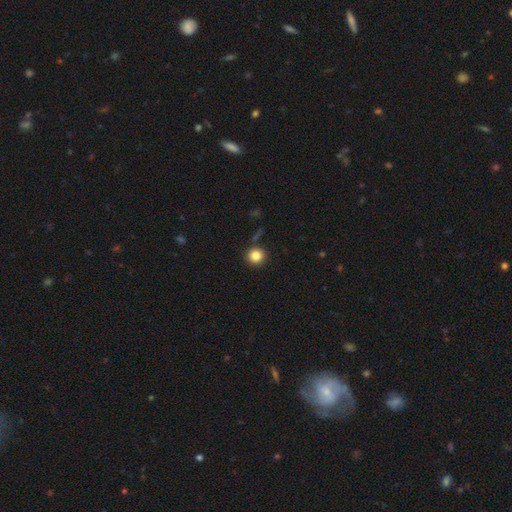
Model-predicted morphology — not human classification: Smooth or featured? smooth (84%)
How rounded? round (93%)
Merging? none (87%)